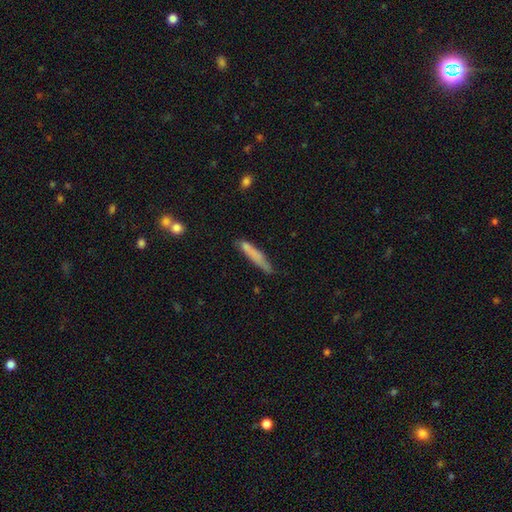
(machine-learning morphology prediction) Smooth or featured? smooth (73%)
How rounded? cigar-shaped (91%)
Merging? none (65%)